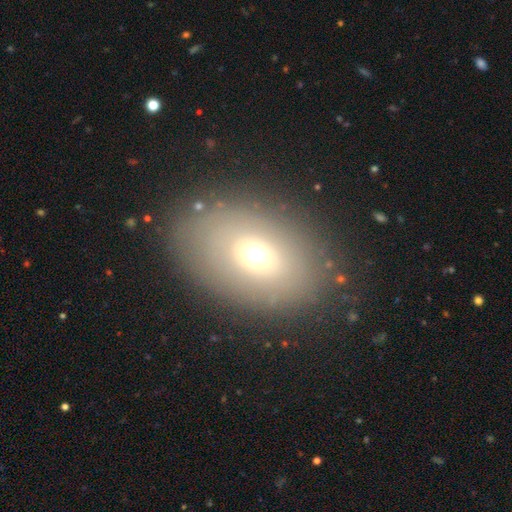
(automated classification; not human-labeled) A smooth galaxy with no disk features (64%) that is in between round and cigar-shaped (76%).

Vote fractions:
- Smooth or featured? smooth: 64% / featured or disk: 22% / star or artifact: 14%
- How rounded? in between: 76% / round: 23% / cigar-shaped: 1%
- Merging? none: 83% / minor disturbance: 10% / major disturbance: 5% / merger: 2%